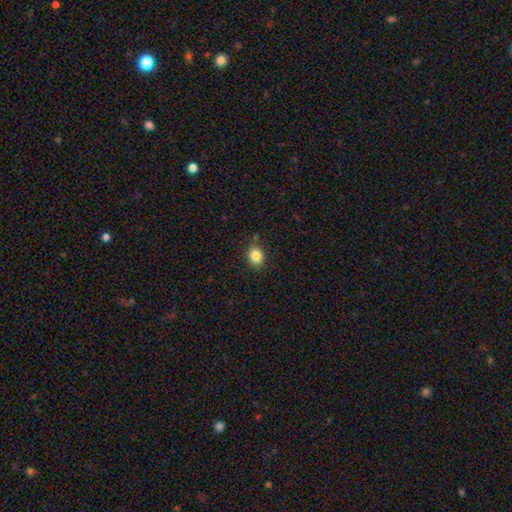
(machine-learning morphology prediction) A smooth galaxy with no disk features (85%) that is round (53%).

Vote fractions:
- Smooth or featured? smooth: 85% / star or artifact: 10% / featured or disk: 5%
- How rounded? round: 53% / in between: 46% / cigar-shaped: 1%
- Merging? none: 83% / minor disturbance: 12% / major disturbance: 3% / merger: 2%